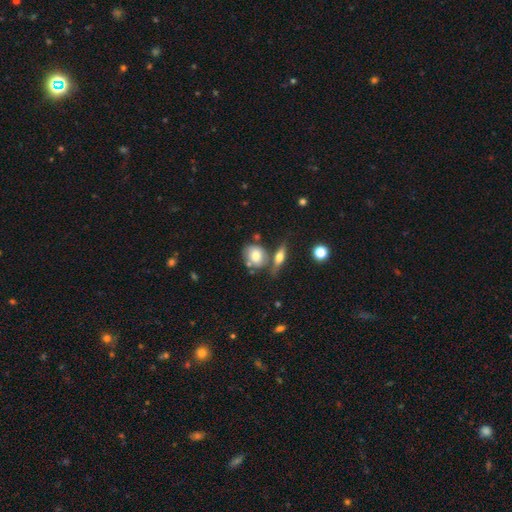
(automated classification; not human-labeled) Smooth or featured? smooth (71%)
How rounded? in between (49%)
Merging? none (54%)